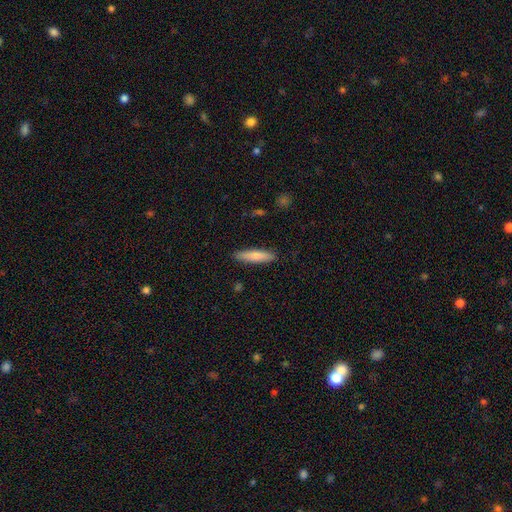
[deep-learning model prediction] Smooth or featured?
  - smooth: 80% *
  - featured or disk: 14%
  - star or artifact: 5%
How rounded?
  - cigar-shaped: 81% *
  - in between: 17%
  - round: 1%
Merging?
  - none: 89% *
  - minor disturbance: 8%
  - major disturbance: 2%
  - merger: 1%